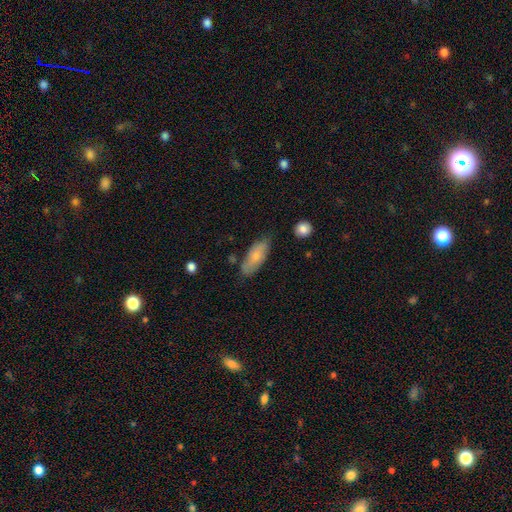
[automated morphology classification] smooth-or-featured: smooth: 71% | featured or disk: 23% | star or artifact: 6%
  how-rounded: in between: 79% | cigar-shaped: 18% | round: 2%
  merging: none: 70% | minor disturbance: 23% | major disturbance: 4% | merger: 3%